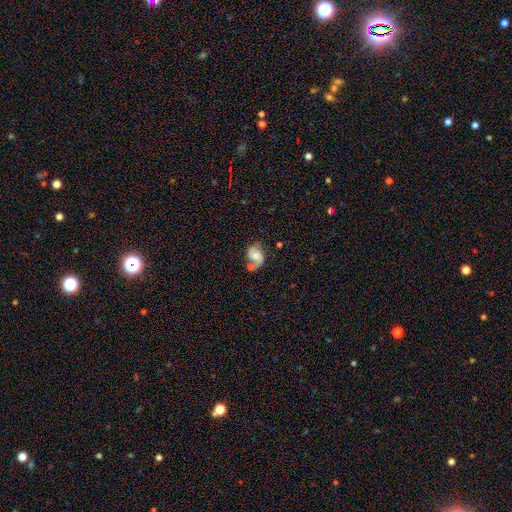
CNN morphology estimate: Overall: featured or disk (66%; smooth 26%). Edge-on disk: no (98%). Bar: no (59%; weak 34%). Spiral arms: yes (91%). Spiral arm count: 2 (75%). Spiral winding: medium (45%; loose 35%). Bulge size: moderate (48%; small 33%). Merging: none (45%; merger 23%).